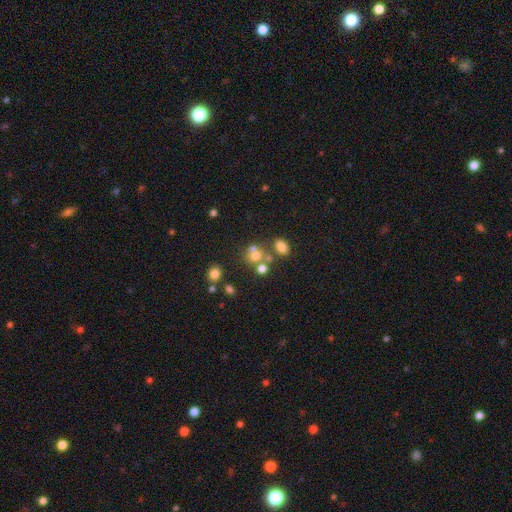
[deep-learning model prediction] This is likely a smooth galaxy (62%). How rounded: likely round (69%). Merging: possibly none (47%).